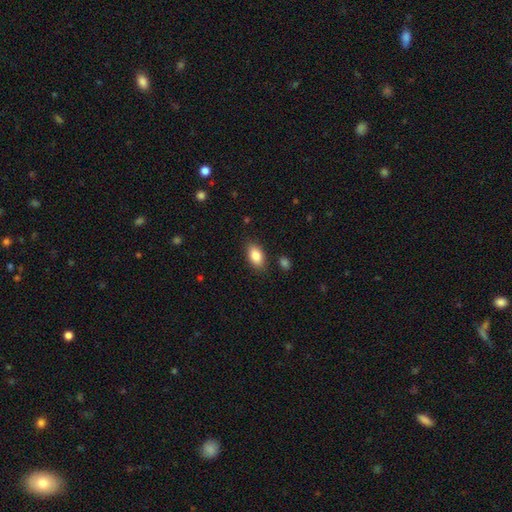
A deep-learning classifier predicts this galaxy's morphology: smooth_or_featured: smooth (p=0.86) [alt: star or artifact p=0.07]
how_rounded: in between (p=0.91) [alt: round p=0.06]
merging: none (p=0.85) [alt: minor disturbance p=0.11]